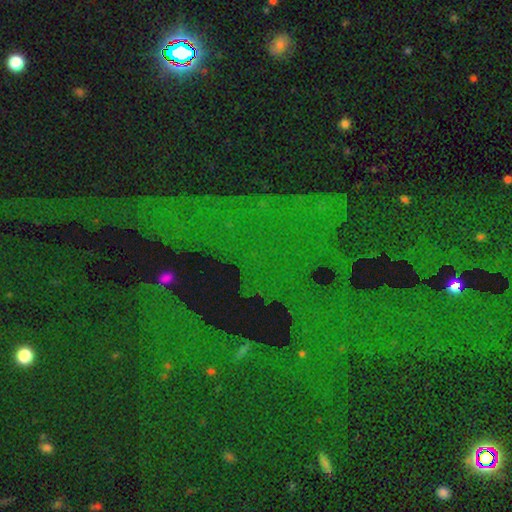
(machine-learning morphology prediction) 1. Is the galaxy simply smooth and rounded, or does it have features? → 84% star or artifact, 9% smooth, 8% featured or disk.